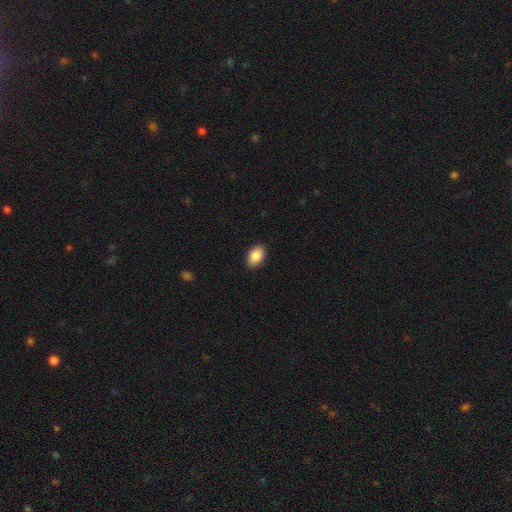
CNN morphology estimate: A smooth galaxy with no disk features (88%) that is in between round and cigar-shaped (87%).

Vote fractions:
- Smooth or featured? smooth: 88% / star or artifact: 7% / featured or disk: 5%
- How rounded? in between: 87% / round: 12% / cigar-shaped: 1%
- Merging? none: 90% / minor disturbance: 8% / major disturbance: 2% / merger: 1%